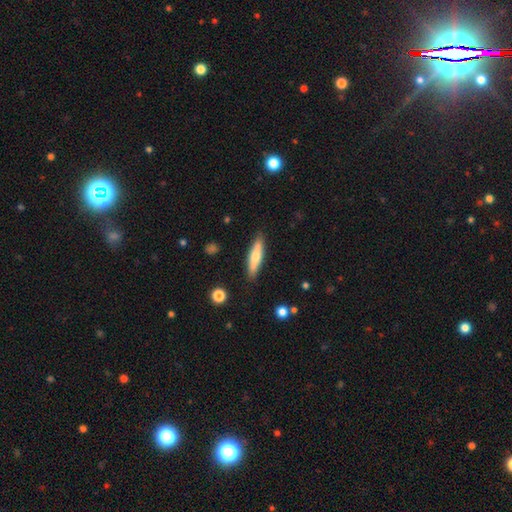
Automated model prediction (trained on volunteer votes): The model was most divided on "smooth or featured": smooth: 62%, featured or disk: 32%, star or artifact: 6%. More confident: merging — none (87%); how rounded — cigar-shaped (77%).